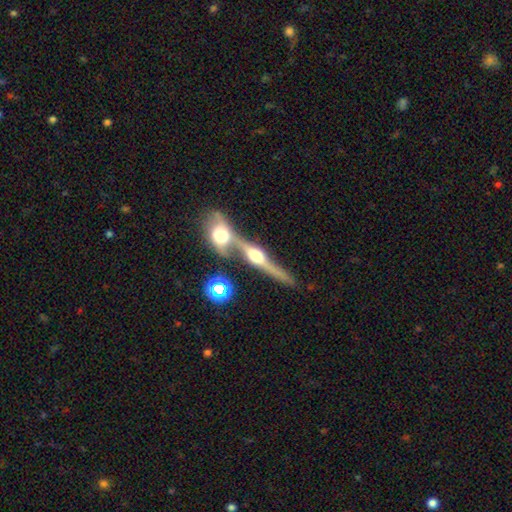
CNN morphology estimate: Smooth or featured? Predicted: featured or disk (p=0.77). Edge-on disk? Predicted: yes (p=0.90). Edge-on bulge? Predicted: rounded (p=0.94). Merging? Predicted: merger (p=0.49).